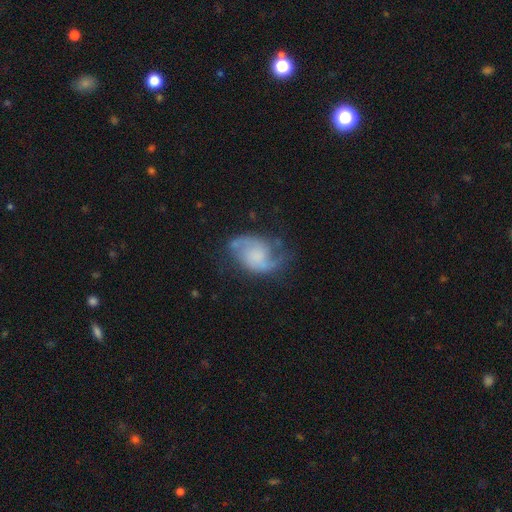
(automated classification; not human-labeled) Smooth or featured?
  - featured or disk: 77% *
  - smooth: 15%
  - star or artifact: 8%
Edge-on disk?
  - no: 98% *
  - yes: 2%
Bar?
  - no: 64% *
  - weak: 30%
  - strong: 6%
Spiral arms?
  - yes: 94% *
  - no: 6%
Spiral winding?
  - medium: 44% *
  - loose: 40%
  - tight: 16%
Spiral arm count?
  - 2: 89% *
  - can't tell: 5%
  - 1: 3%
  - 3: 2%
  - 4: 1%
  - more than 4: 1%
Bulge size?
  - none: 44% *
  - small: 24%
  - moderate: 18%
  - large: 11%
  - dominant: 3%
Merging?
  - none: 64% *
  - minor disturbance: 22%
  - major disturbance: 11%
  - merger: 2%